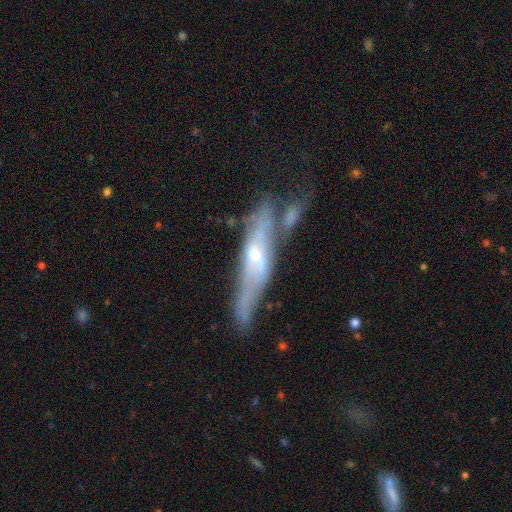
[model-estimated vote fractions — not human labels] This appears to be a featured or disk galaxy (73%) viewed edge-on (63%). Merging: none (47%).